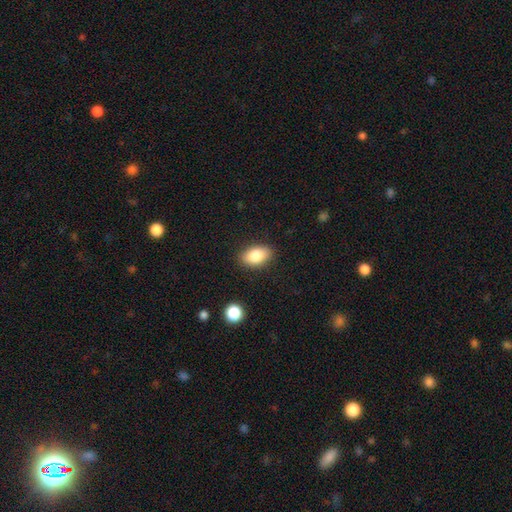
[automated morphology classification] smooth_or_featured: smooth (p=0.82) [alt: featured or disk p=0.10]
how_rounded: in between (p=0.90) [alt: round p=0.08]
merging: none (p=0.87) [alt: minor disturbance p=0.09]